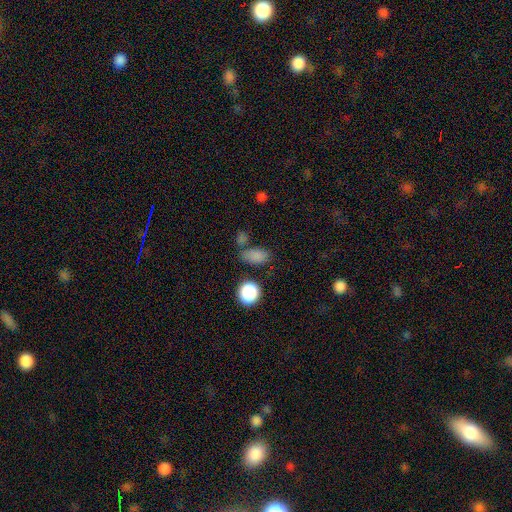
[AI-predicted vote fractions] Smooth or featured: smooth — 79% (star or artifact — 15%)
How rounded: in between — 81% (round — 15%)
Merging: none — 62% (minor disturbance — 17%)